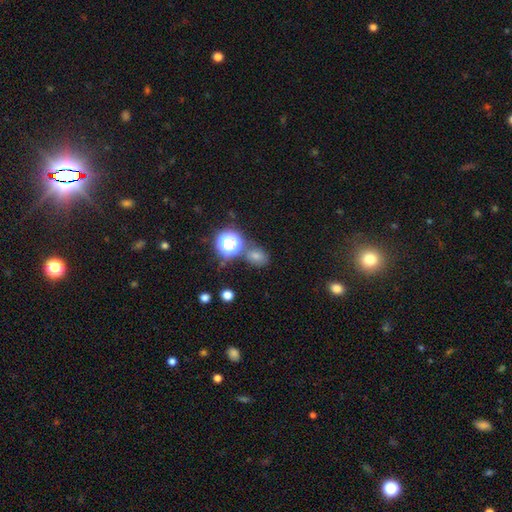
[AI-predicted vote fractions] A smooth galaxy with no disk features (67%) that is in between round and cigar-shaped (59%). Merging: none (67%).